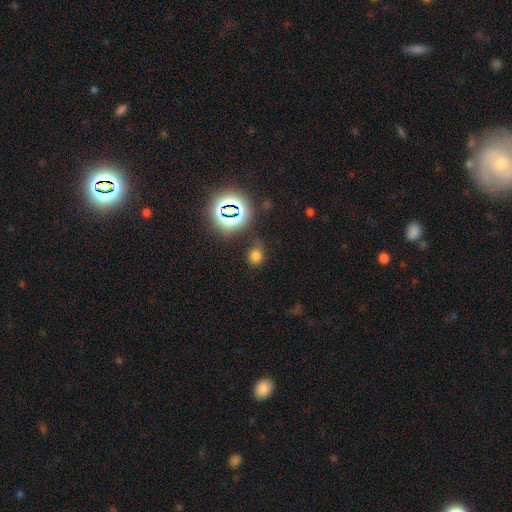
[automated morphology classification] Smooth or featured? smooth (65%)
How rounded? round (70%)
Merging? none (67%)